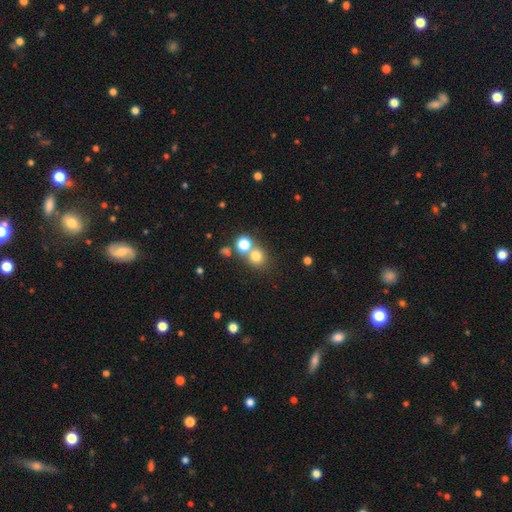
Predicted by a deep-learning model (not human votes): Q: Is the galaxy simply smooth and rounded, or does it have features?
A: smooth — 75%.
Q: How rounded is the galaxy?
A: round — 84%.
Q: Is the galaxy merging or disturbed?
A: none — 58%.